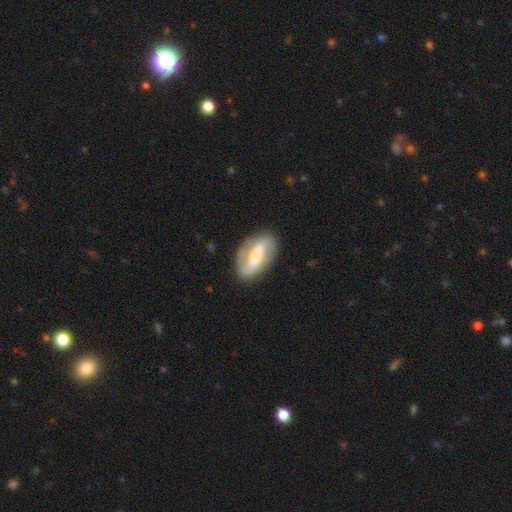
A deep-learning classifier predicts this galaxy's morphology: Smooth or featured: featured or disk — 70% (smooth — 25%)
Edge-on disk: no — 93% (yes — 7%)
Bar: strong — 55% (weak — 30%)
Spiral arms: yes — 82% (no — 18%)
Spiral winding: medium — 41% (loose — 31%)
Spiral arm count: 2 — 87% (can't tell — 7%)
Bulge size: moderate — 43% (small — 40%)
Merging: none — 83% (minor disturbance — 12%)